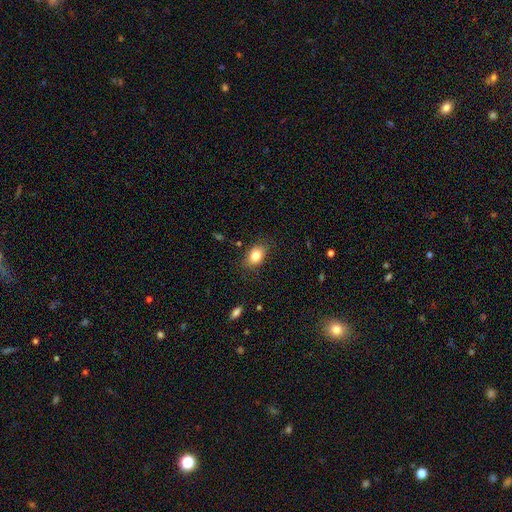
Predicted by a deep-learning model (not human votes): A smooth galaxy with no disk features (83%) that is in between round and cigar-shaped (78%).

Vote fractions:
- Smooth or featured? smooth: 83% / featured or disk: 9% / star or artifact: 9%
- How rounded? in between: 78% / round: 20% / cigar-shaped: 1%
- Merging? none: 83% / minor disturbance: 13% / major disturbance: 3% / merger: 1%